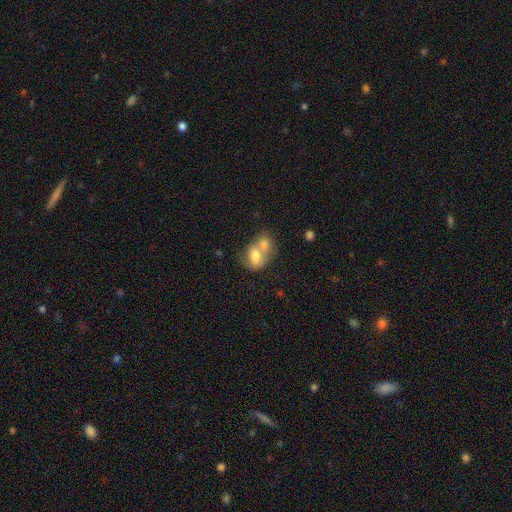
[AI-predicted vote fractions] A smooth galaxy with no disk features (73%) that is in between round and cigar-shaped (70%). Merging: merger (70%).